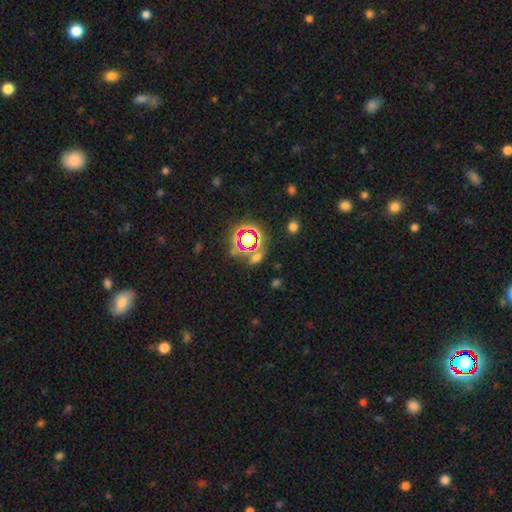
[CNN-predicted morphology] The model was most divided on "smooth or featured": star or artifact: 70%, smooth: 21%, featured or disk: 9%.